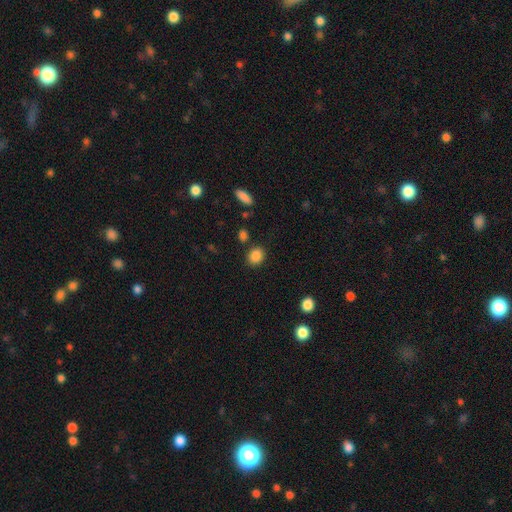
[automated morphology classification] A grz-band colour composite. It shows a smooth galaxy with no disk features (87%) that is round (56%). Merging: none (83%).